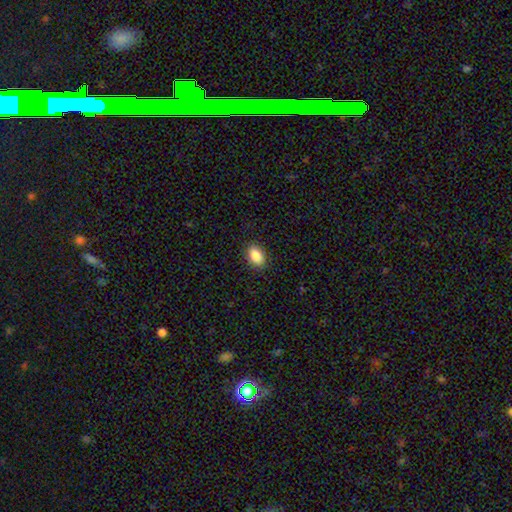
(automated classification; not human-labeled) Smooth or featured?
  - smooth: 89% *
  - star or artifact: 7%
  - featured or disk: 4%
How rounded?
  - in between: 89% *
  - round: 9%
  - cigar-shaped: 1%
Merging?
  - none: 89% *
  - minor disturbance: 8%
  - major disturbance: 2%
  - merger: 1%